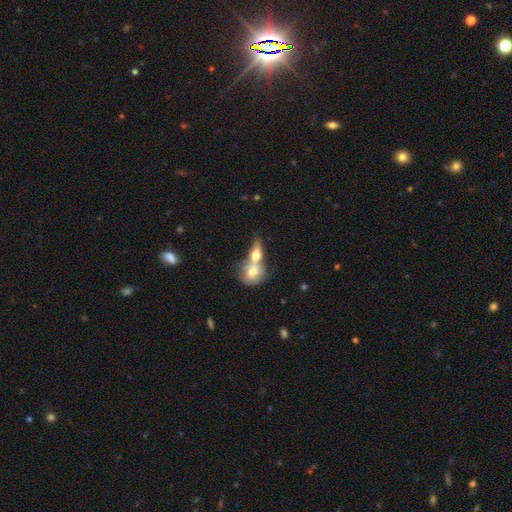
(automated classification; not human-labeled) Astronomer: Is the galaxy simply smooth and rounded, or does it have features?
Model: smooth — 66%.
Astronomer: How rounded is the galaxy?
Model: in between — 61%.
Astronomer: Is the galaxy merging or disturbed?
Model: merger — 69%.